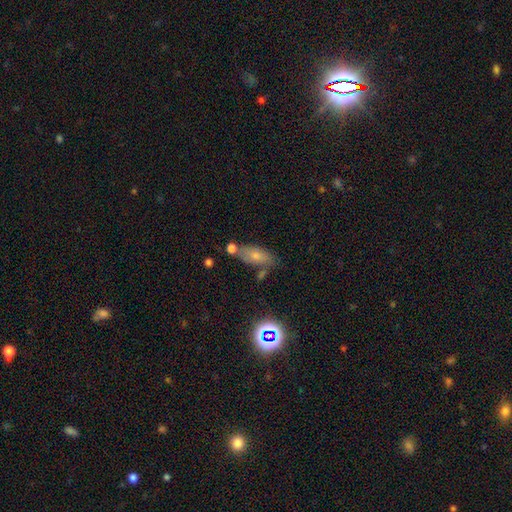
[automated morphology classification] Overall: smooth (69%). How rounded: in between (80%). Merging: none (61%).